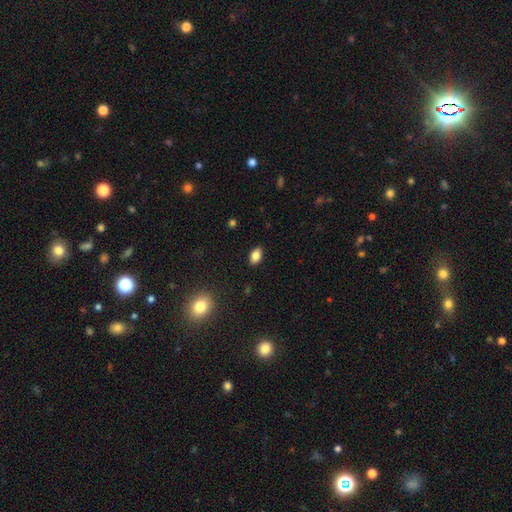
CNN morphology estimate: Overall: smooth (84%). How rounded: in between (90%). Merging: none (88%).